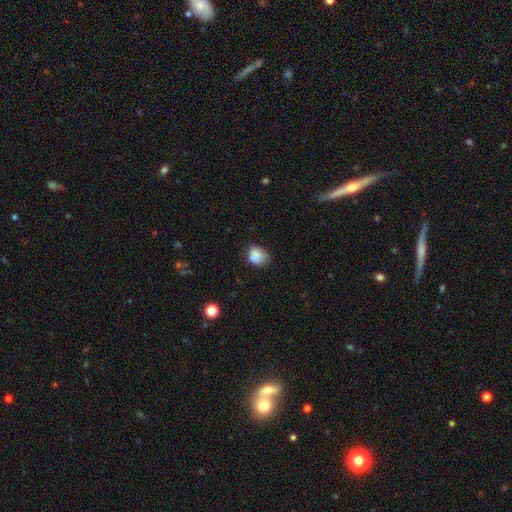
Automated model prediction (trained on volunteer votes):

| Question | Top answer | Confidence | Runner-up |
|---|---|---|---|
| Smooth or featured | smooth | 84% | star or artifact (10%) |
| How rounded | round | 52% | in between (47%) |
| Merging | none | 58% | minor disturbance (31%) |